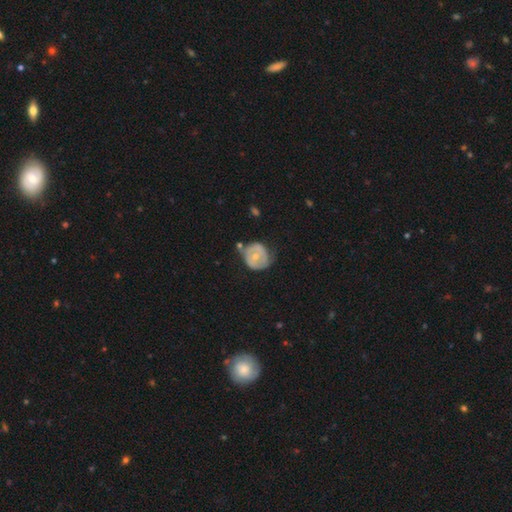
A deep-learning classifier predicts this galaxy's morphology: A featured or disk galaxy (52%).

Vote fractions:
- Smooth or featured? featured or disk: 52% / smooth: 43% / star or artifact: 6%
- Edge-on disk? no: 97% / yes: 3%
- Merging? none: 42% / minor disturbance: 37% / major disturbance: 14% / merger: 8%